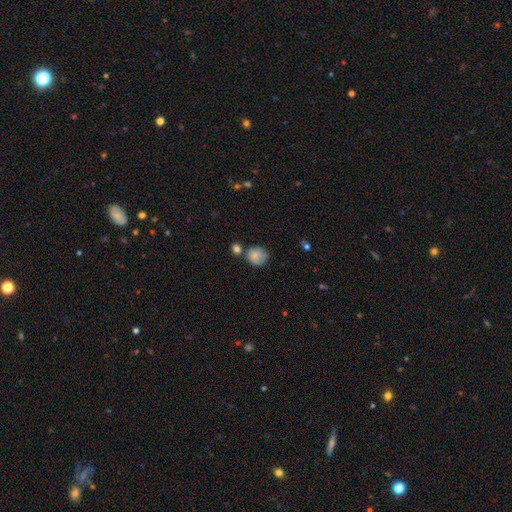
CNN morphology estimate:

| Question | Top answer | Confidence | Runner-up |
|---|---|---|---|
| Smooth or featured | smooth | 80% | featured or disk (11%) |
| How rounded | round | 80% | in between (19%) |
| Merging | none | 60% | minor disturbance (23%) |